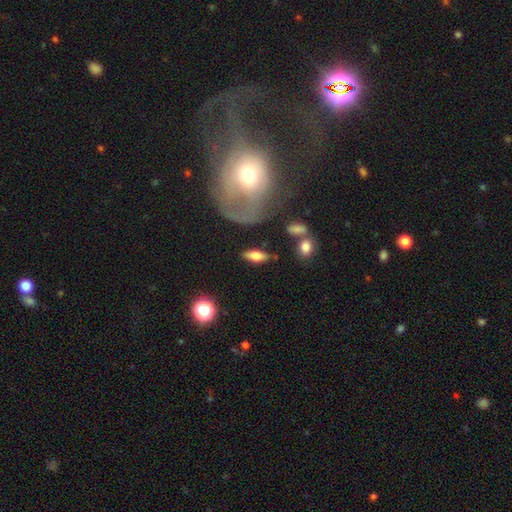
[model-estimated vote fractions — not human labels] Q: Smooth or featured?
A: smooth (65%); runner-up: featured or disk (27%)
Q: How rounded?
A: in between (72%); runner-up: cigar-shaped (24%)
Q: Merging?
A: none (81%); runner-up: minor disturbance (11%)